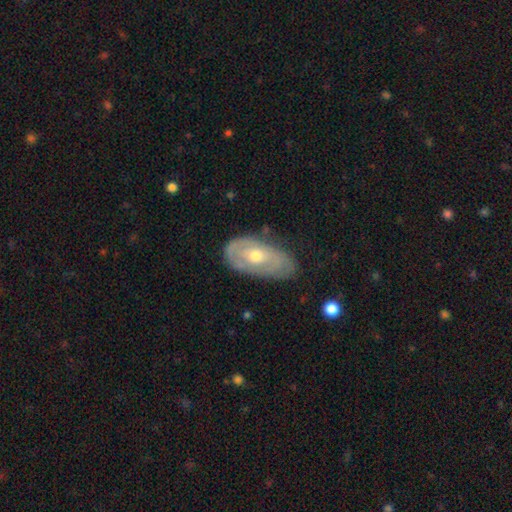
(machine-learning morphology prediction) A featured or disk galaxy (60%) with no bar (74%), spiral arms (60%) and a moderate central bulge (66%).

Vote fractions:
- Smooth or featured? featured or disk: 60% / smooth: 30% / star or artifact: 10%
- Edge-on disk? no: 88% / yes: 12%
- Bar? no: 74% / weak: 20% / strong: 6%
- Spiral arms? yes: 60% / no: 40%
- Bulge size? moderate: 66% / small: 28% / large: 4% / none: 1% / dominant: 1%
- Merging? none: 73% / minor disturbance: 20% / major disturbance: 5% / merger: 1%